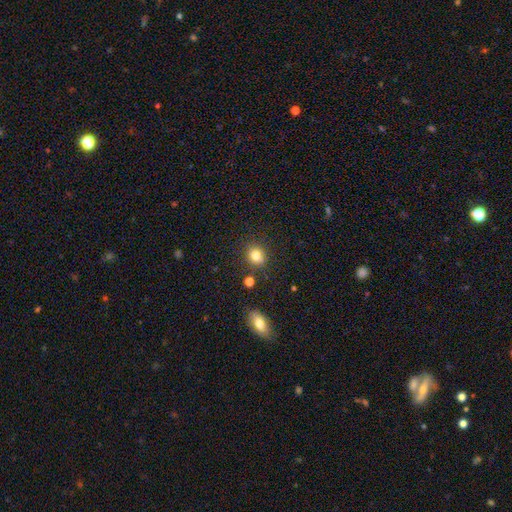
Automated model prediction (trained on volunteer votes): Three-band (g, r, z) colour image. It shows a smooth galaxy with no disk features (80%) that is round (76%). Merging: none (80%).